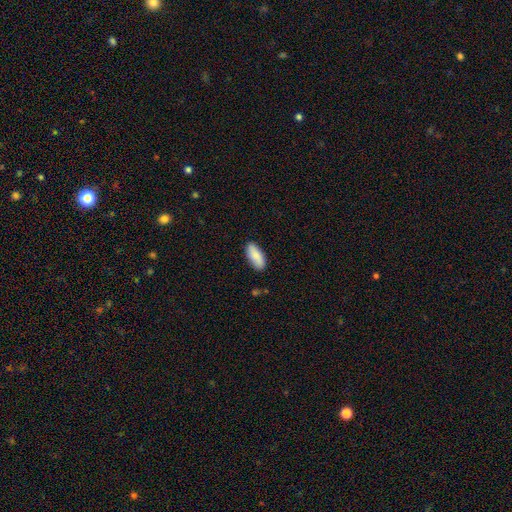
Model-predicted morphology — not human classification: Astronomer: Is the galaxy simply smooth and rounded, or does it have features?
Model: smooth — 86%.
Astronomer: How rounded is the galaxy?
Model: in between — 85%.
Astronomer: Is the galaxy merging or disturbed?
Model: none — 86%.